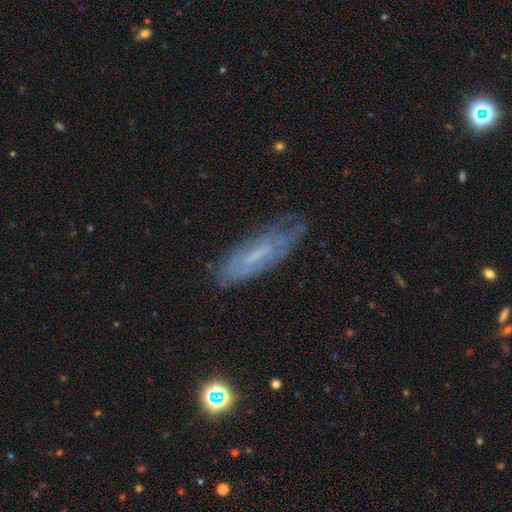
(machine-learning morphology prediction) The model was most divided on "smooth or featured": featured or disk: 58%, smooth: 31%, star or artifact: 10%. More confident: edge-on disk — no (70%); merging — none (65%).